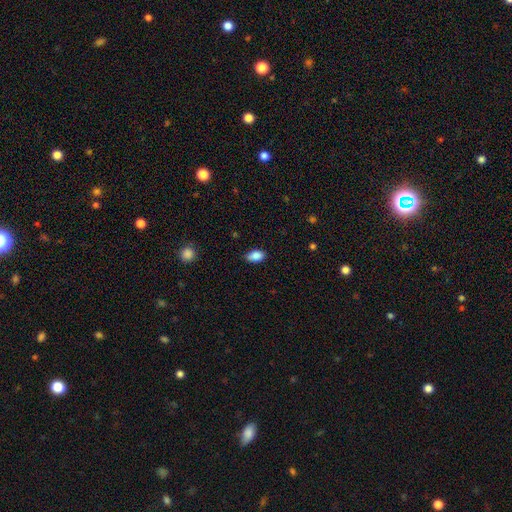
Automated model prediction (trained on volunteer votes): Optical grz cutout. It shows a smooth galaxy with no disk features (86%) that is in between round and cigar-shaped (90%). Merging: none (82%).